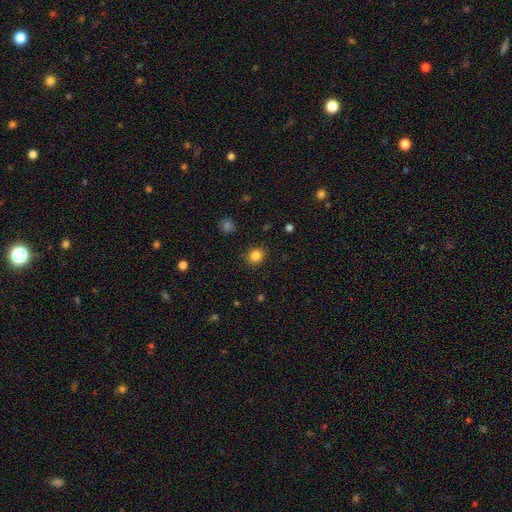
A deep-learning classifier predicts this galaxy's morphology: smooth-or-featured: smooth: 84% | star or artifact: 11% | featured or disk: 4%
  how-rounded: round: 82% | in between: 17% | cigar-shaped: 1%
  merging: none: 90% | minor disturbance: 7% | major disturbance: 2% | merger: 1%